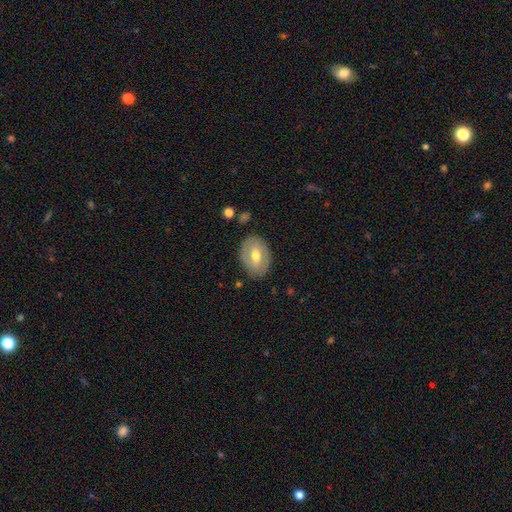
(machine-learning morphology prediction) Smooth or featured? smooth (55%)
How rounded? in between (76%)
Merging? none (84%)